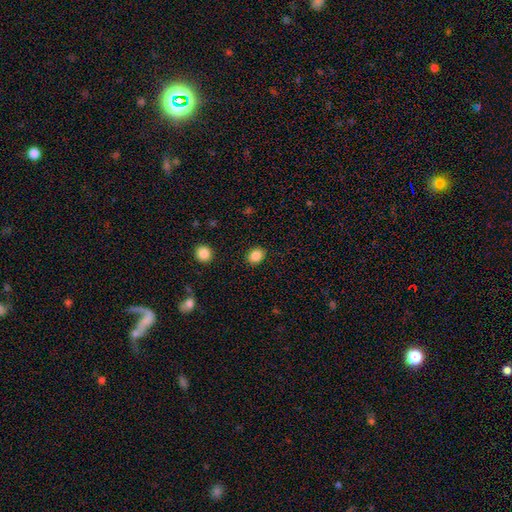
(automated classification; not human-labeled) Q: Smooth or featured?
A: smooth (86%); runner-up: star or artifact (10%)
Q: How rounded?
A: round (57%); runner-up: in between (43%)
Q: Merging?
A: none (88%); runner-up: minor disturbance (8%)